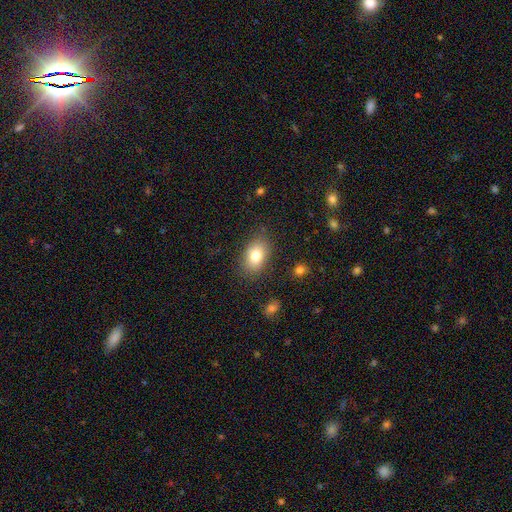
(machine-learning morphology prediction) This is likely a smooth galaxy (79%). How rounded: clearly in between (85%). Merging: clearly none (83%).